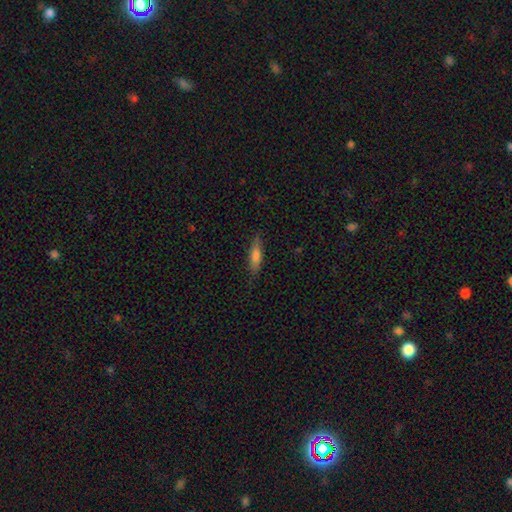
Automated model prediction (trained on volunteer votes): Q: Smooth or featured?
A: smooth (67%); runner-up: featured or disk (26%)
Q: How rounded?
A: cigar-shaped (72%); runner-up: in between (26%)
Q: Merging?
A: none (82%); runner-up: minor disturbance (14%)